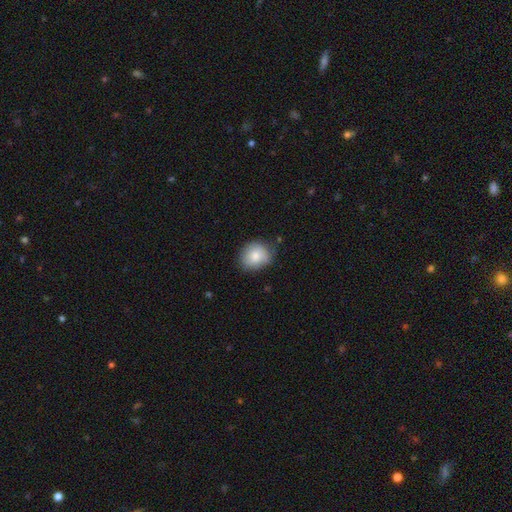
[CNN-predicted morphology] Smooth or featured? Predicted: smooth (p=0.81). How rounded? Predicted: round (p=0.65). Merging? Predicted: none (p=0.70).